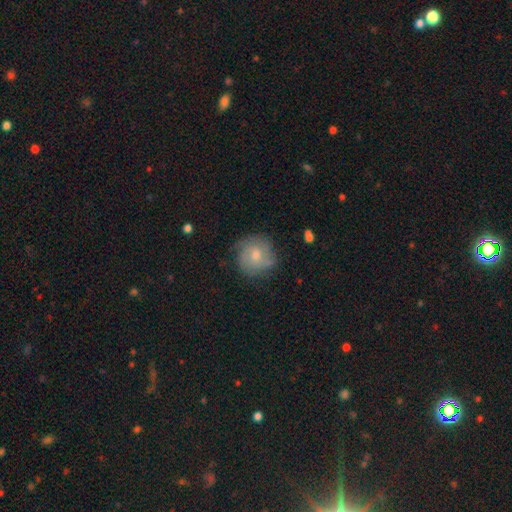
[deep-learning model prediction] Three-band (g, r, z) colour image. It shows a smooth galaxy with no disk features (46%, tied with featured or disk). Merging: none (70%).